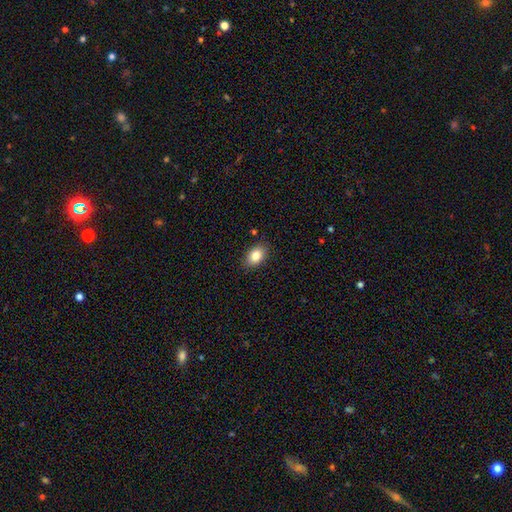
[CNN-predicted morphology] Smooth or featured? Predicted: smooth (p=0.85). How rounded? Predicted: in between (p=0.87). Merging? Predicted: none (p=0.86).